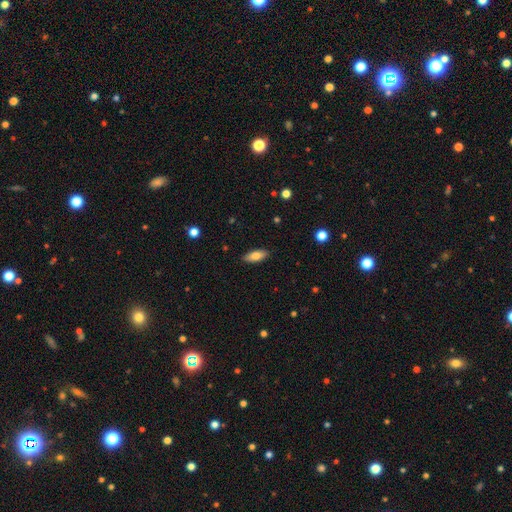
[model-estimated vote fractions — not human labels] A smooth galaxy with no disk features (80%) that is in between round and cigar-shaped (77%). Merging: none (88%).